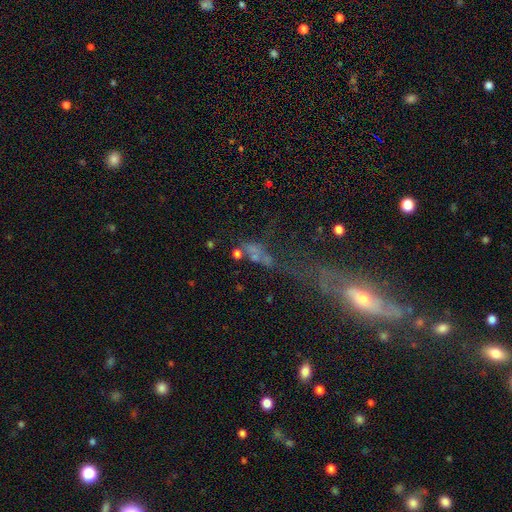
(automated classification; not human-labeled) smooth-or-featured: star or artifact: 35% | featured or disk: 33% | smooth: 33%